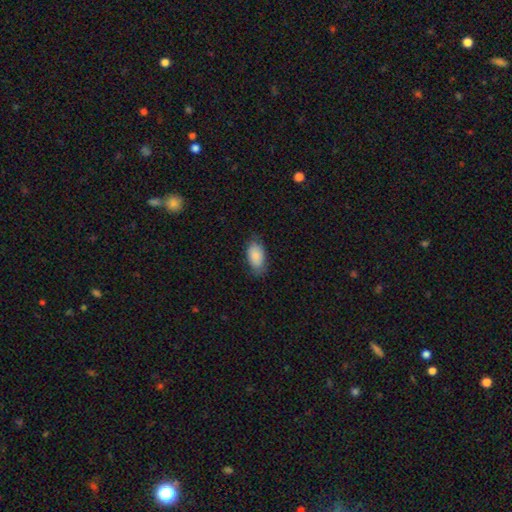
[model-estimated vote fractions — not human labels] This appears to be a smooth galaxy with no disk features (82%) that is in between round and cigar-shaped (93%). Merging: none (73%).